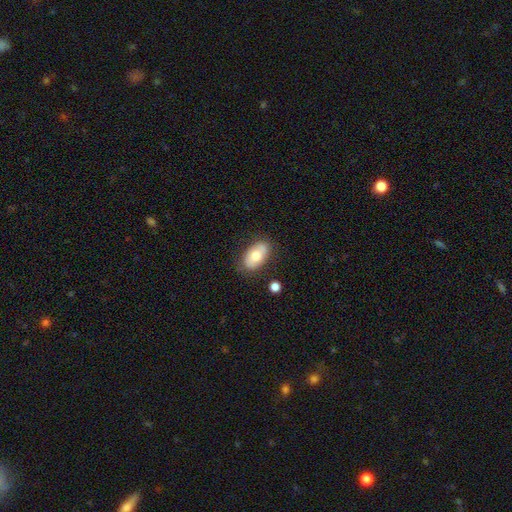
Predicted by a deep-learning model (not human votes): Smooth or featured? Predicted: smooth (p=0.69). How rounded? Predicted: in between (p=0.92). Merging? Predicted: none (p=0.79).